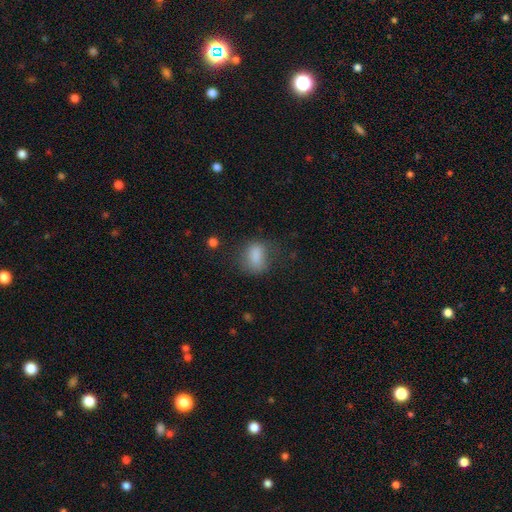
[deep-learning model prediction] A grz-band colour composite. It shows a smooth galaxy with no disk features (80%) that is in between round and cigar-shaped (70%). Merging: none (53%).